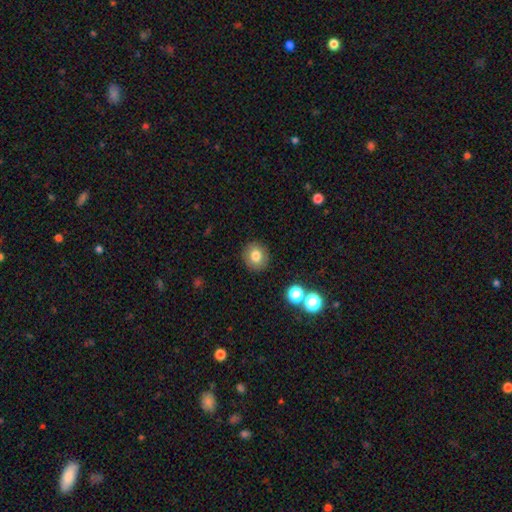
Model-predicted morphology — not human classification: A smooth galaxy with no disk features (78%) that is round (81%).

Vote fractions:
- Smooth or featured? smooth: 78% / featured or disk: 11% / star or artifact: 10%
- How rounded? round: 81% / in between: 18% / cigar-shaped: 1%
- Merging? none: 89% / minor disturbance: 7% / major disturbance: 2% / merger: 2%